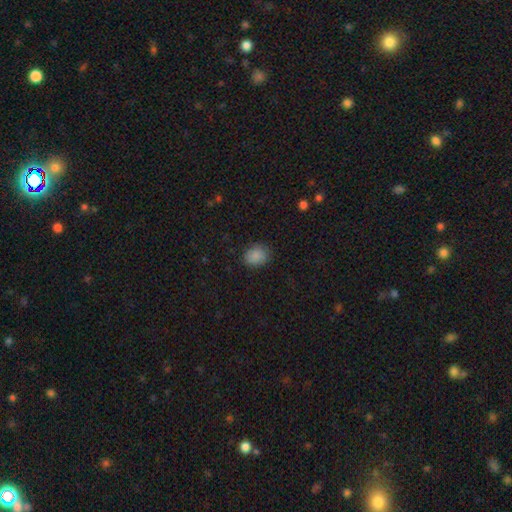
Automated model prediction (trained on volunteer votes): This is clearly a smooth galaxy (87%). How rounded: possibly in between (54%). Merging: clearly none (85%).